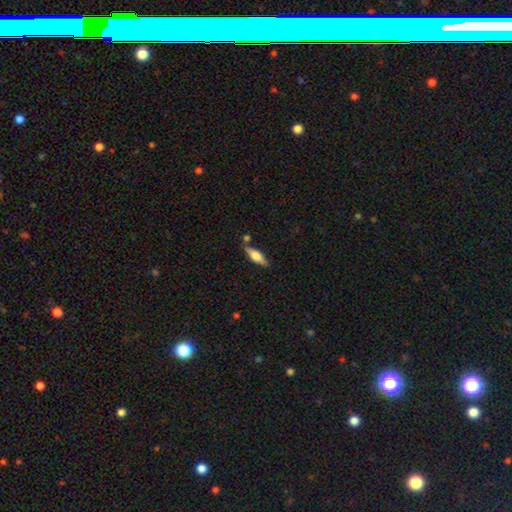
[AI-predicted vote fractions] Smooth or featured?
  - smooth: 50% *
  - featured or disk: 44%
  - star or artifact: 6%
Merging?
  - none: 77% *
  - minor disturbance: 13%
  - merger: 7%
  - major disturbance: 3%